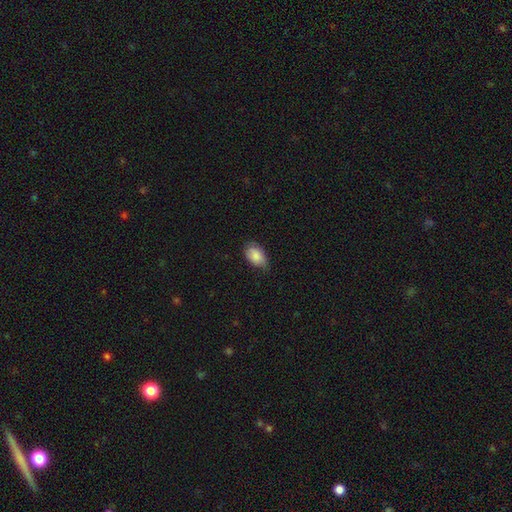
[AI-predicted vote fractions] A smooth galaxy with no disk features (84%) that is in between round and cigar-shaped (90%).

Vote fractions:
- Smooth or featured? smooth: 84% / featured or disk: 9% / star or artifact: 7%
- How rounded? in between: 90% / round: 8% / cigar-shaped: 2%
- Merging? none: 59% / minor disturbance: 35% / major disturbance: 6% / merger: 1%